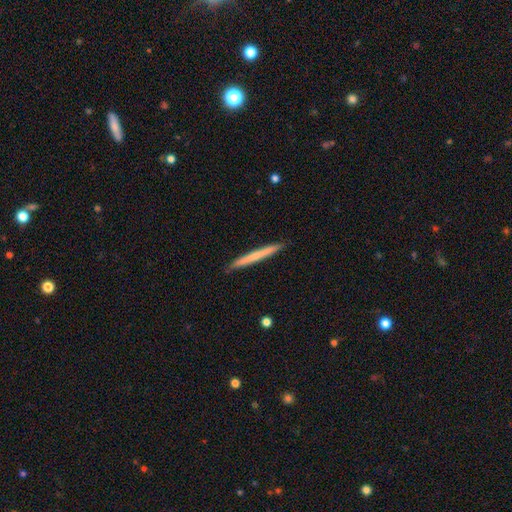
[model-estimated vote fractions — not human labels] This is possibly a smooth galaxy (58%). How rounded: clearly cigar-shaped (97%). Merging: clearly none (92%).